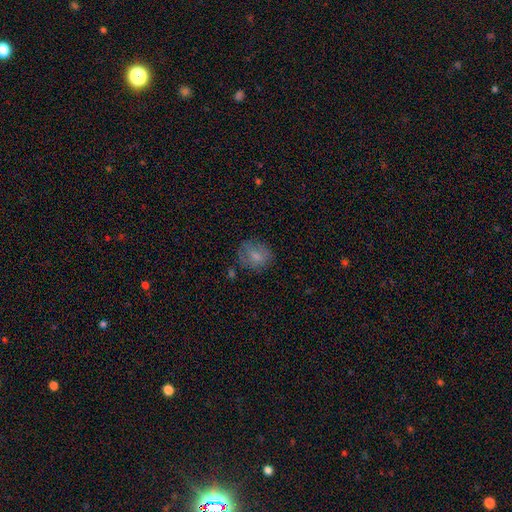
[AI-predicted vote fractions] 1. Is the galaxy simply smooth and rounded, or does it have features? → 73% smooth, 17% featured or disk, 9% star or artifact.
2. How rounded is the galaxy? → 61% round, 38% in between, 1% cigar-shaped.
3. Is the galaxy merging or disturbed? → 67% none, 21% minor disturbance, 9% major disturbance, 3% merger.